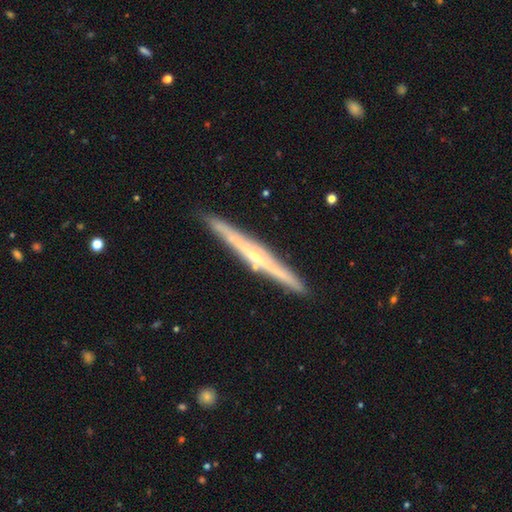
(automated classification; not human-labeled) featured or disk 78%, smooth 16%, star or artifact 6%. Down the decision tree: edge-on disk — yes (98%); edge-on bulge — rounded (63%); merging — none (90%).